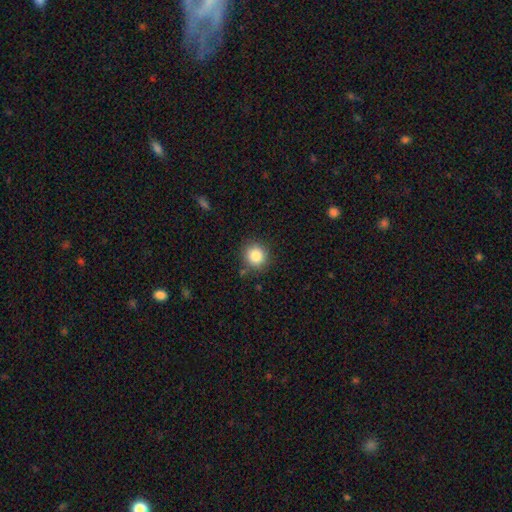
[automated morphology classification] A smooth galaxy with no disk features (85%) that is round (89%). Merging: none (85%).